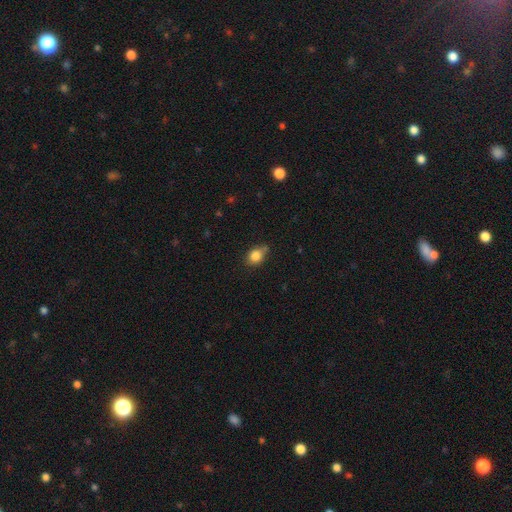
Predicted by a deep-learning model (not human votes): This appears to be a smooth galaxy with no disk features (84%) that is round (60%). Merging: none (63%).